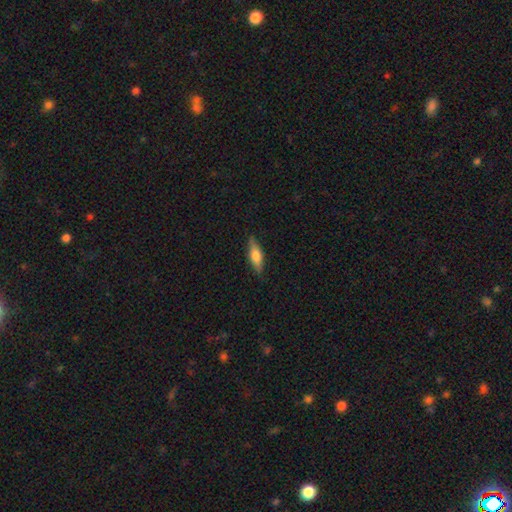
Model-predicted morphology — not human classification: type=smooth (66%); roundness=in between (52%); merging=none (84%).